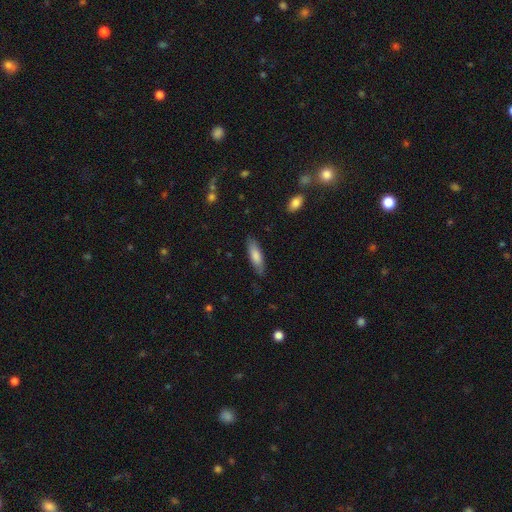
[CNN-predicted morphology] type=smooth (78%); roundness=cigar-shaped (57%); merging=none (84%).